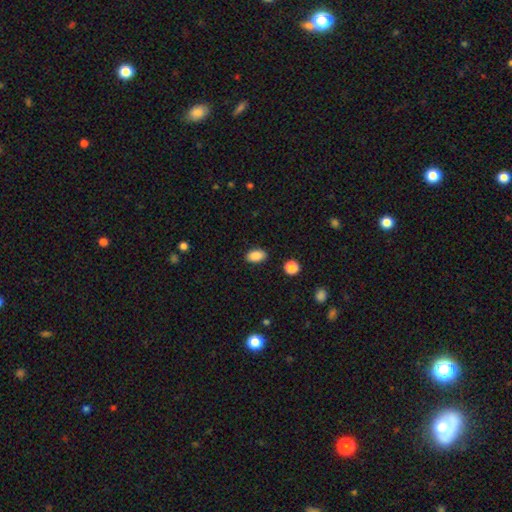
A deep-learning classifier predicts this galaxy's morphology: Smooth or featured? smooth (88%)
How rounded? in between (91%)
Merging? none (87%)